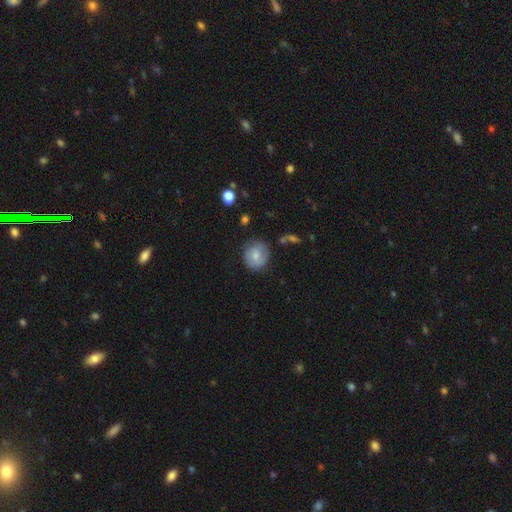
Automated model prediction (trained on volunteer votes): A smooth galaxy with no disk features (73%) that is round (83%). Merging: none (75%).